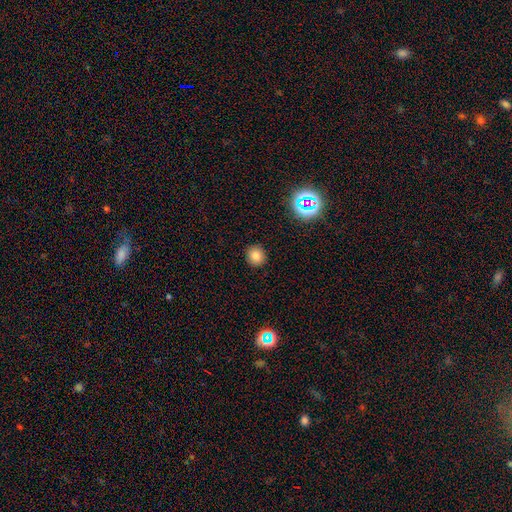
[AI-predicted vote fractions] This is likely a smooth galaxy (79%). How rounded: clearly round (88%). Merging: clearly none (91%).